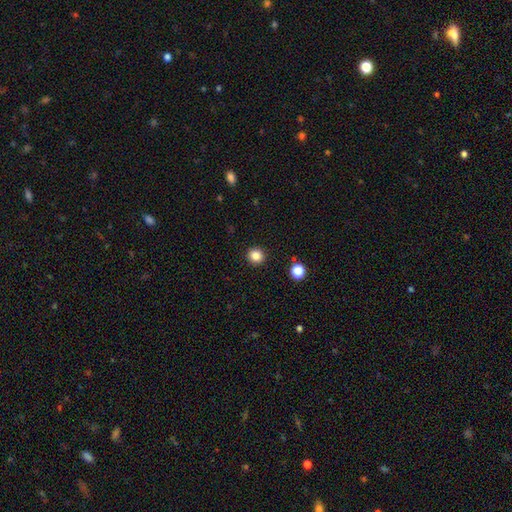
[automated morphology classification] Q: Smooth or featured?
A: smooth (84%); runner-up: star or artifact (12%)
Q: How rounded?
A: round (91%); runner-up: in between (8%)
Q: Merging?
A: none (92%); runner-up: minor disturbance (5%)